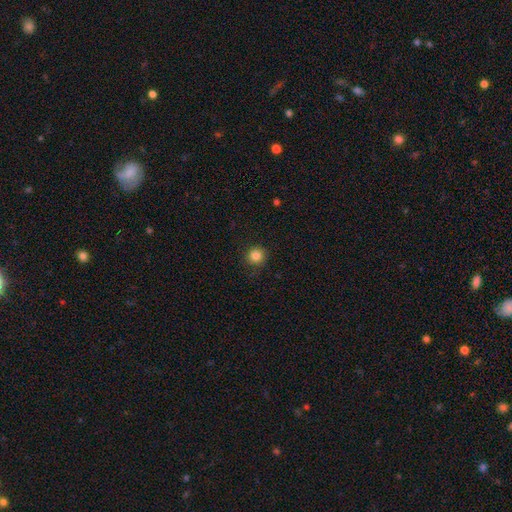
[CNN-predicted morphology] A smooth galaxy with no disk features (85%) that is round (92%).

Vote fractions:
- Smooth or featured? smooth: 85% / star or artifact: 11% / featured or disk: 4%
- How rounded? round: 92% / in between: 7% / cigar-shaped: 1%
- Merging? none: 88% / minor disturbance: 9% / major disturbance: 3% / merger: 1%